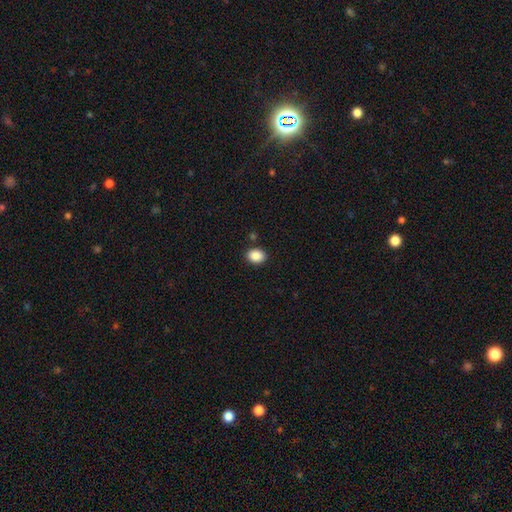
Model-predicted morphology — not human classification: Smooth or featured?
  - smooth: 88% *
  - star or artifact: 8%
  - featured or disk: 3%
How rounded?
  - in between: 60% *
  - round: 39%
  - cigar-shaped: 1%
Merging?
  - none: 87% *
  - minor disturbance: 8%
  - merger: 3%
  - major disturbance: 2%